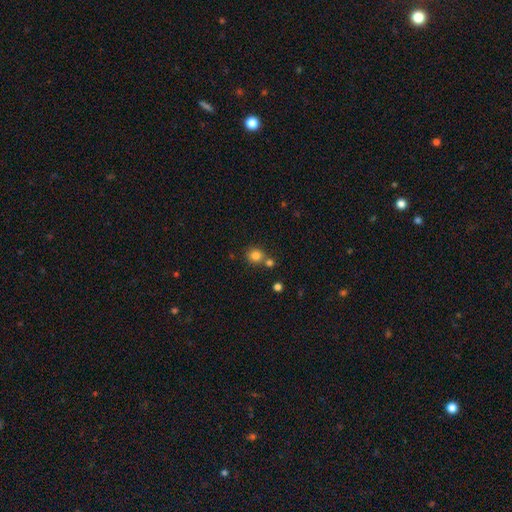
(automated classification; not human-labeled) Morphology: type=smooth (81%); roundness=round (81%); merging=none (62%).